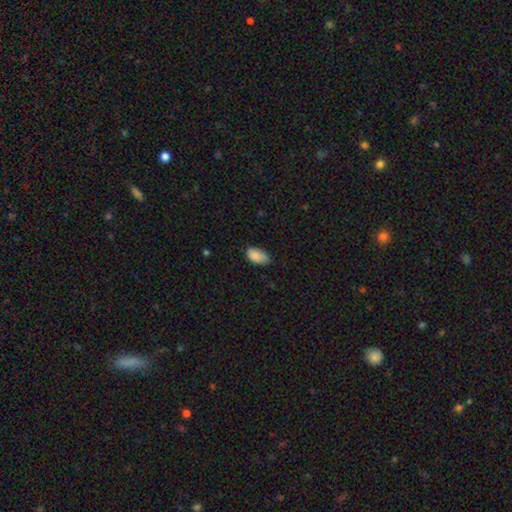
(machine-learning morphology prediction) This is clearly a smooth galaxy (87%). How rounded: clearly in between (94%). Merging: likely none (61%).